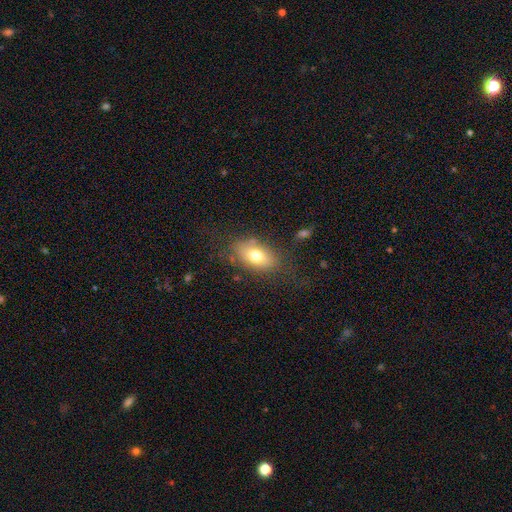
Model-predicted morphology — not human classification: A smooth galaxy with no disk features (73%) that is in between round and cigar-shaped (86%). Merging: none (72%).